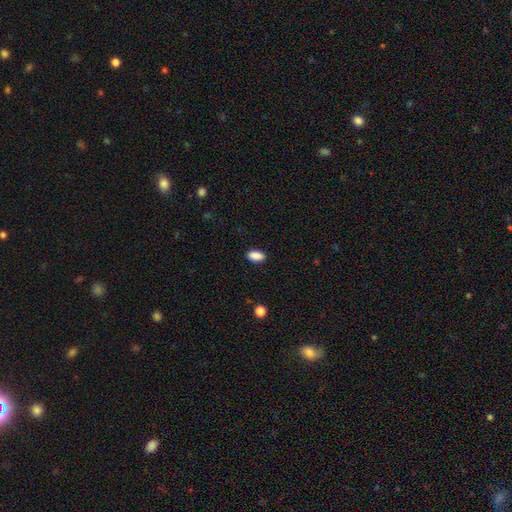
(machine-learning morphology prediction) smooth 89%, star or artifact 7%, featured or disk 3%. Down the decision tree: how rounded — in between (90%); merging — none (89%).